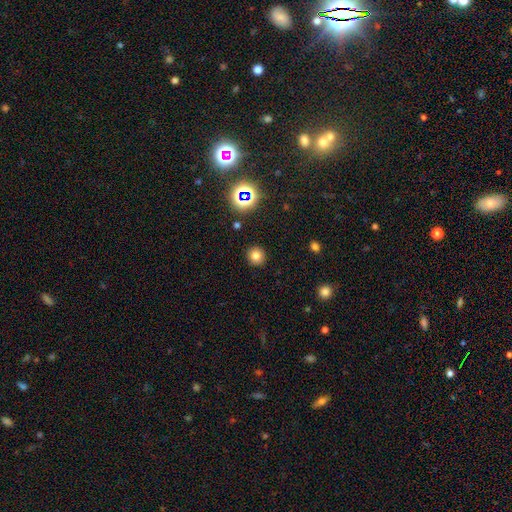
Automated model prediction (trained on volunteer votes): A smooth galaxy with no disk features (76%) that is round (91%). Merging: none (91%).